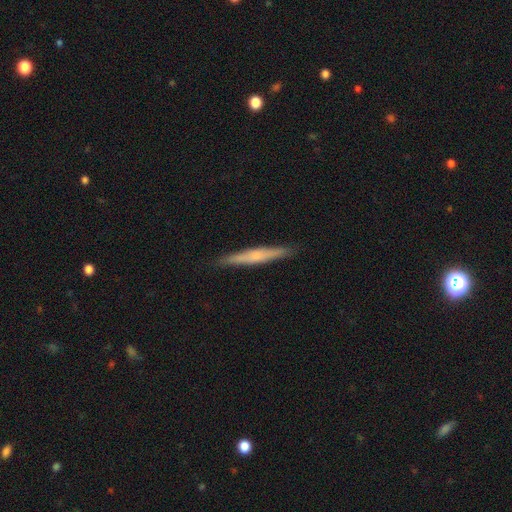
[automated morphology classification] Smooth or featured? Predicted: featured or disk (p=0.51). Edge-on disk? Predicted: yes (p=0.96). Merging? Predicted: none (p=0.90).